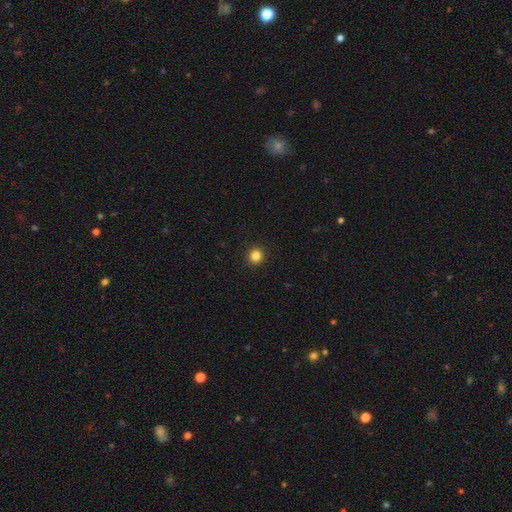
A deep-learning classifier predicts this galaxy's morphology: A smooth galaxy with no disk features (83%) that is round (95%). Merging: none (94%).